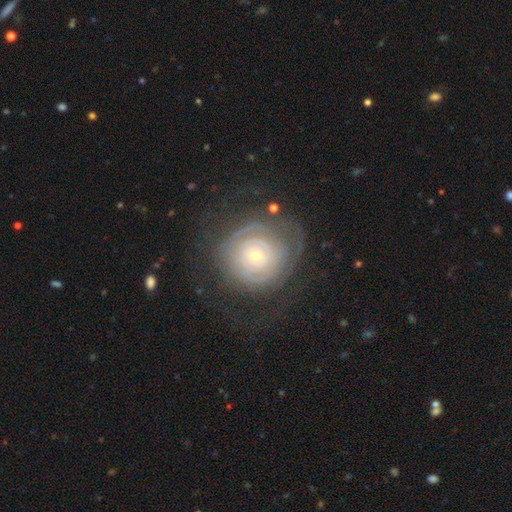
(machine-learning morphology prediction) smooth-or-featured: featured or disk: 72% | smooth: 21% | star or artifact: 7%
  disk-edge-on: no: 97% | yes: 3%
    bar: no: 83% | weak: 13% | strong: 4%
    has-spiral-arms: yes: 71% | no: 29%
    bulge-size: small: 69% | moderate: 26% | large: 3% | dominant: 1% | none: 1%
  merging: none: 59% | major disturbance: 21% | minor disturbance: 18% | merger: 2%